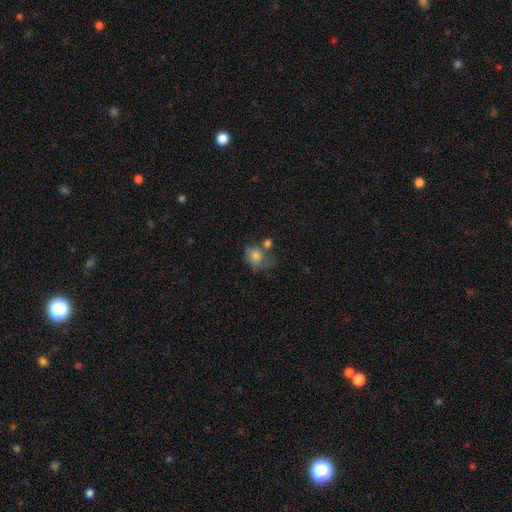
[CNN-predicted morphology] This appears to be a smooth galaxy with no disk features (76%) that is round (59%). Merging: none (31%).